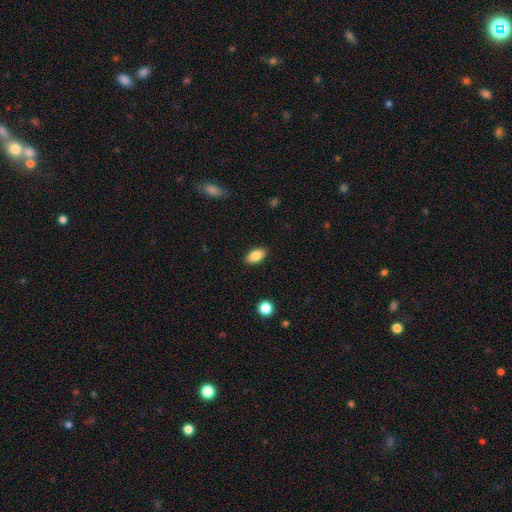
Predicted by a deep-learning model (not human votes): Q: Smooth or featured?
A: smooth (84%); runner-up: featured or disk (8%)
Q: How rounded?
A: in between (92%); runner-up: round (5%)
Q: Merging?
A: none (89%); runner-up: minor disturbance (8%)